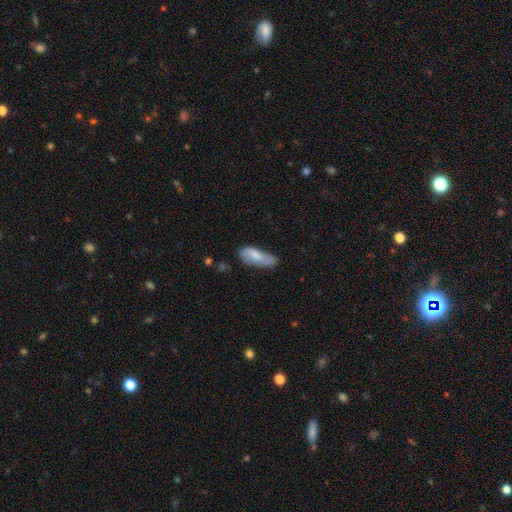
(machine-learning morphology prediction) A smooth galaxy with no disk features (76%) that is in between round and cigar-shaped (72%). Merging: none (46%).